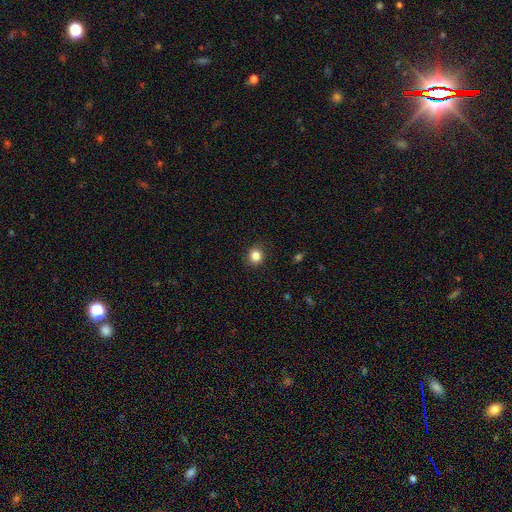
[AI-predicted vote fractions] Overall: smooth (84%). How rounded: round (82%). Merging: none (89%).